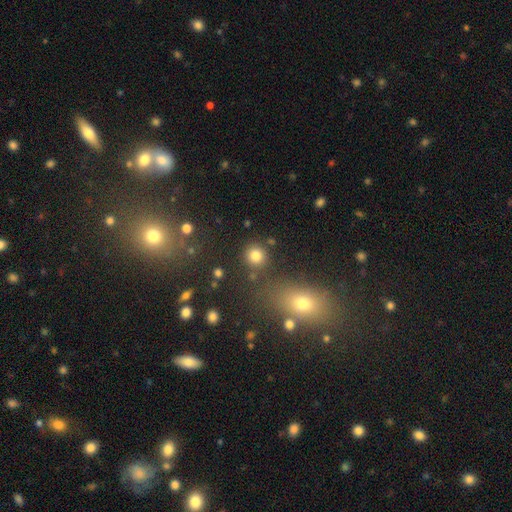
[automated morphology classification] Overall: smooth (82%). How rounded: round (89%). Merging: none (82%).